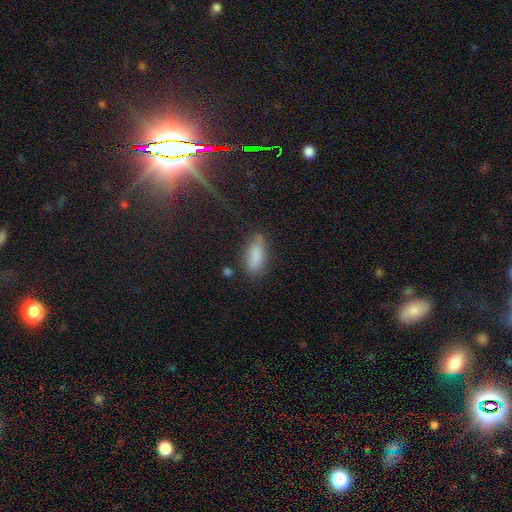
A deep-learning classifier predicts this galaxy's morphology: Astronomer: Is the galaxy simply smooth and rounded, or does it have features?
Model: smooth — 83%.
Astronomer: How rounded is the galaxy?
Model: in between — 80%.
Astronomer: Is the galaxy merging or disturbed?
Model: none — 66%.